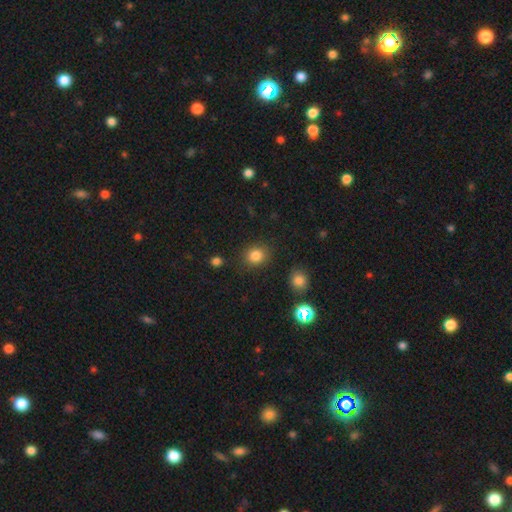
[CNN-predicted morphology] smooth 84%, star or artifact 12%, featured or disk 5%. Down the decision tree: how rounded — round (73%); merging — none (86%).